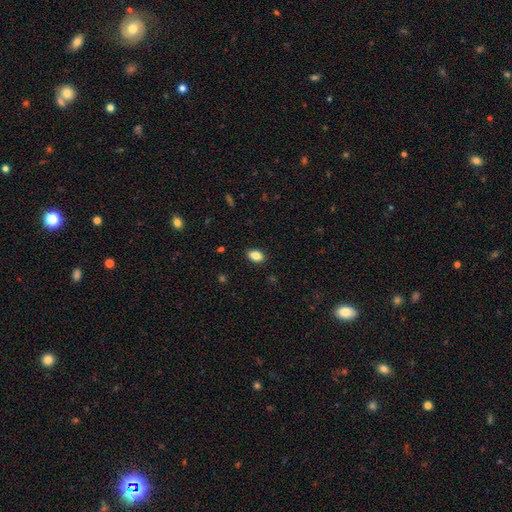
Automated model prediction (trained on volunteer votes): A smooth galaxy with no disk features (85%) that is in between round and cigar-shaped (87%).

Vote fractions:
- Smooth or featured? smooth: 85% / star or artifact: 9% / featured or disk: 6%
- How rounded? in between: 87% / round: 12% / cigar-shaped: 2%
- Merging? none: 88% / minor disturbance: 9% / major disturbance: 2% / merger: 1%